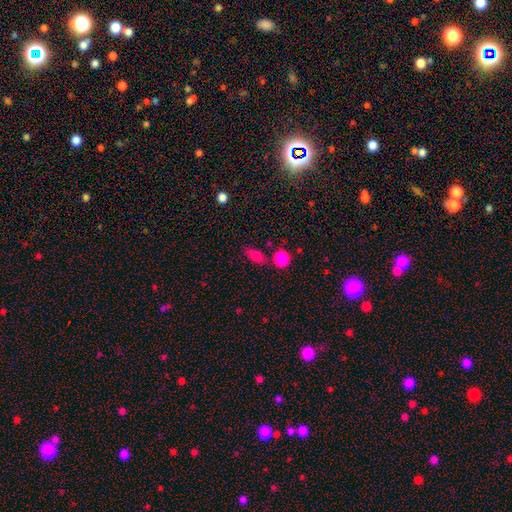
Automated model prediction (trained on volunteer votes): A smooth galaxy with no disk features (78%) that is in between round and cigar-shaped (70%).

Vote fractions:
- Smooth or featured? smooth: 78% / featured or disk: 12% / star or artifact: 11%
- How rounded? in between: 70% / round: 16% / cigar-shaped: 14%
- Merging? none: 69% / minor disturbance: 14% / merger: 12% / major disturbance: 4%